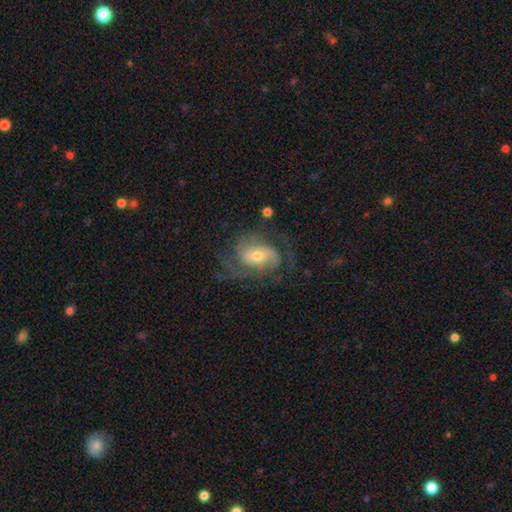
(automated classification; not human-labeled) A featured or disk galaxy (81%) with no bar (47%), 2 (40%) medium (47%) spiral arms (93%) and a moderate central bulge (55%).

Vote fractions:
- Smooth or featured? featured or disk: 81% / smooth: 13% / star or artifact: 7%
- Edge-on disk? no: 97% / yes: 3%
- Bar? no: 47% / weak: 39% / strong: 14%
- Spiral arms? yes: 93% / no: 7%
- Spiral winding? medium: 47% / tight: 30% / loose: 23%
- Spiral arm count? 2: 40% / 3: 23% / can't tell: 21% / 1: 6% / 4: 6% / more than 4: 4%
- Bulge size? moderate: 55% / small: 37% / large: 5% / none: 1% / dominant: 1%
- Merging? none: 61% / major disturbance: 19% / minor disturbance: 18% / merger: 2%